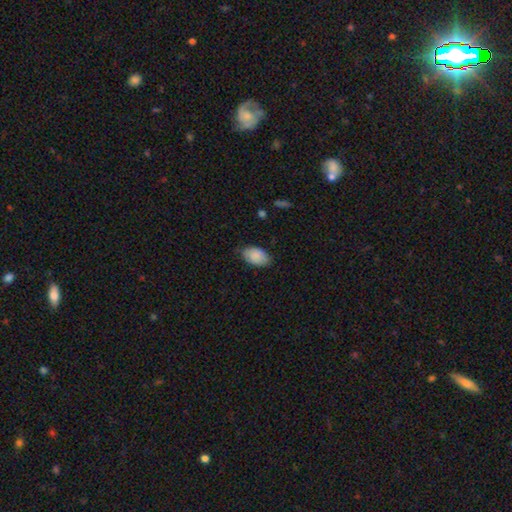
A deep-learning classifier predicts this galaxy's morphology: Smooth or featured: smooth — 85% (featured or disk — 8%)
How rounded: in between — 92% (round — 7%)
Merging: none — 73% (minor disturbance — 22%)